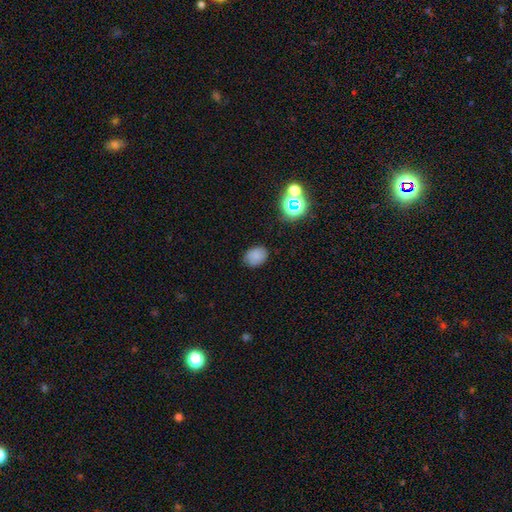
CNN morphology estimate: smooth 79%, star or artifact 15%, featured or disk 7%. Down the decision tree: how rounded — in between (53%); merging — none (81%).